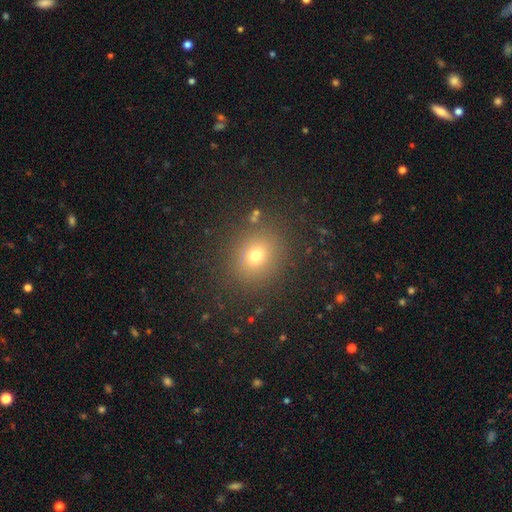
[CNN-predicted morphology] Smooth or featured? Predicted: smooth (p=0.71). How rounded? Predicted: round (p=0.73). Merging? Predicted: none (p=0.86).